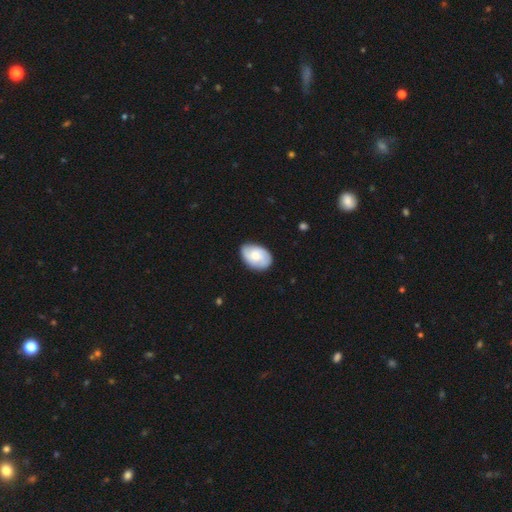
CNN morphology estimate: smooth_or_featured: smooth (p=0.54) [alt: featured or disk p=0.40]
how_rounded: in between (p=0.82) [alt: round p=0.17]
merging: none (p=0.76) [alt: minor disturbance p=0.19]